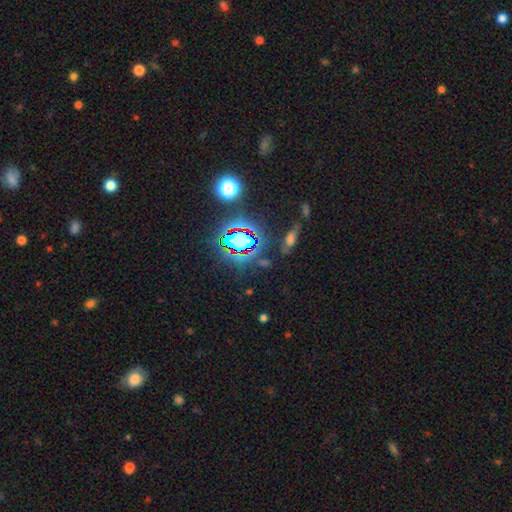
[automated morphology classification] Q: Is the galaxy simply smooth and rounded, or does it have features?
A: star or artifact — 75%.